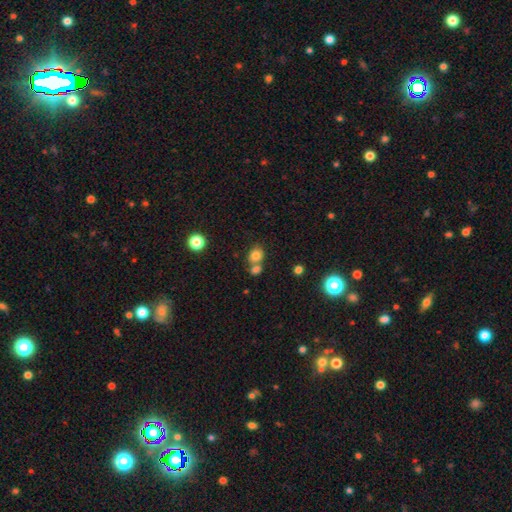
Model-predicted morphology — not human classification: Q: Smooth or featured?
A: smooth (80%); runner-up: star or artifact (12%)
Q: How rounded?
A: round (69%); runner-up: in between (30%)
Q: Merging?
A: none (48%); runner-up: merger (40%)